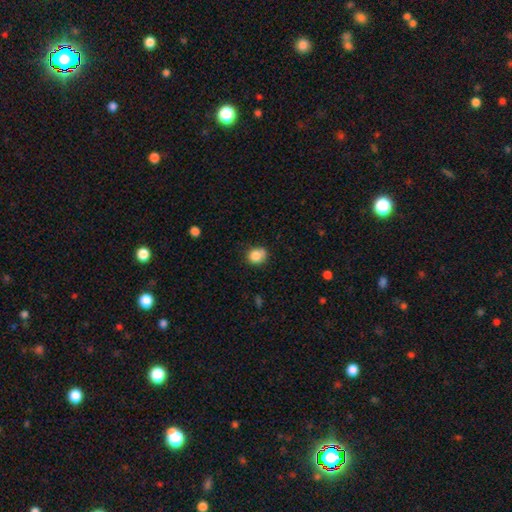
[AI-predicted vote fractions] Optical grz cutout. It shows a smooth galaxy with no disk features (84%) that is round (72%). Merging: none (65%).